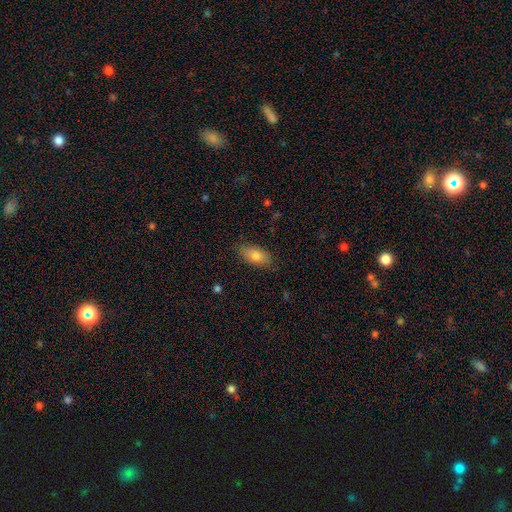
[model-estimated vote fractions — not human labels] Smooth or featured? smooth (79%)
How rounded? in between (90%)
Merging? none (84%)